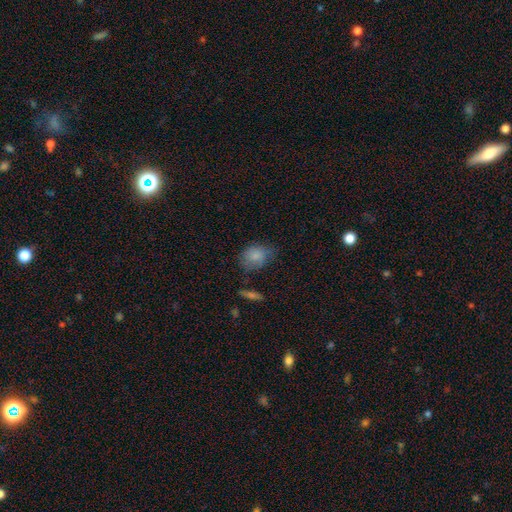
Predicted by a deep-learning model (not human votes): smooth-or-featured: smooth: 82% | featured or disk: 10% | star or artifact: 8%
  how-rounded: in between: 53% | round: 45% | cigar-shaped: 1%
  merging: none: 57% | minor disturbance: 30% | major disturbance: 9% | merger: 3%